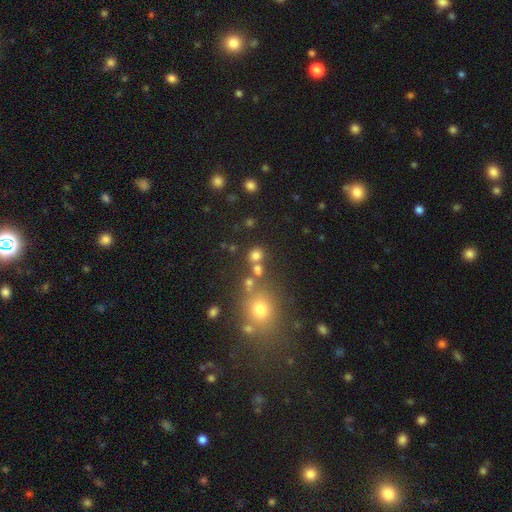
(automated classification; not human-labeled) Overall: smooth (73%). How rounded: round (85%). Merging: none (68%).